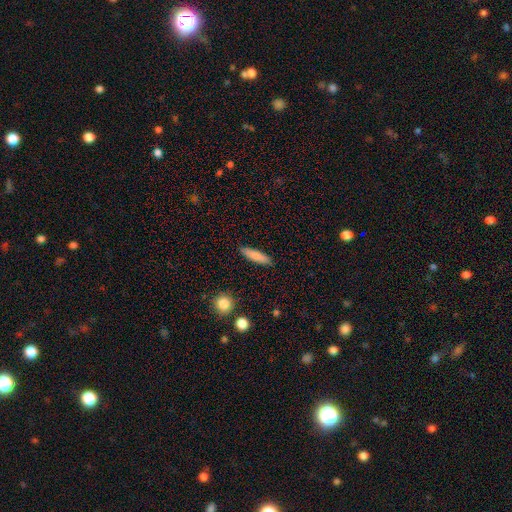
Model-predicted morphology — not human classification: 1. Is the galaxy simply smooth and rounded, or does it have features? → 80% smooth, 14% featured or disk, 6% star or artifact.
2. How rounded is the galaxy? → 73% cigar-shaped, 26% in between, 2% round.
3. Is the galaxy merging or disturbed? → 89% none, 8% minor disturbance, 2% major disturbance, 1% merger.